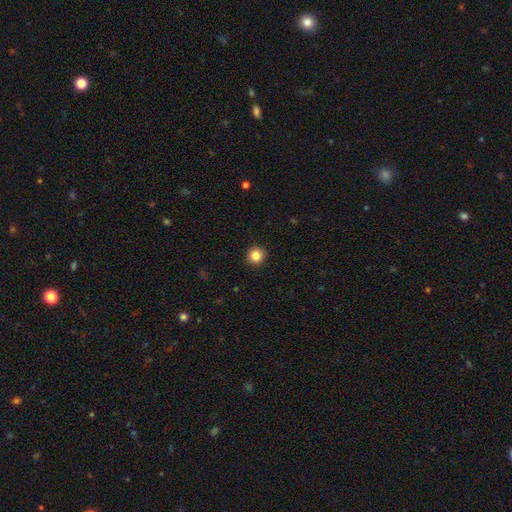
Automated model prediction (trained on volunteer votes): This appears to be a smooth galaxy with no disk features (85%) that is round (93%). Merging: none (93%).